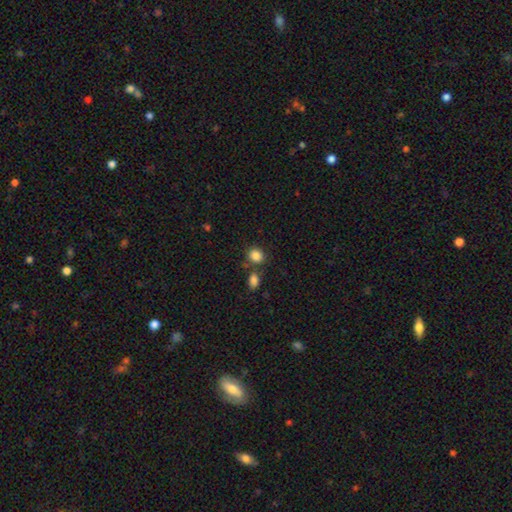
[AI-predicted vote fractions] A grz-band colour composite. It shows a smooth galaxy with no disk features (86%) that is round (66%). Merging: none (67%).